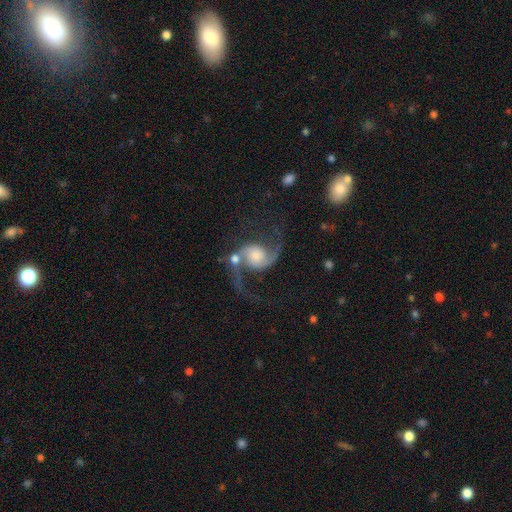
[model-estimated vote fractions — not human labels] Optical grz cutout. It shows a featured or disk galaxy (90%) with no bar (70%), 2 (94%) loose (70%) spiral arms (98%) and a moderate central bulge (29%). Merging: none (52%).